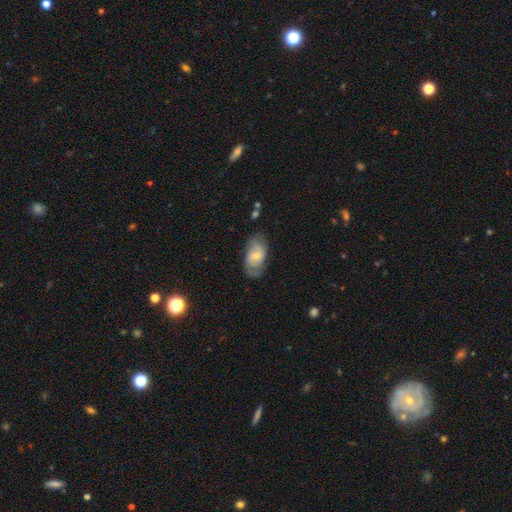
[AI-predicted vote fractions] Q: Smooth or featured?
A: featured or disk (59%); runner-up: smooth (34%)
Q: Edge-on disk?
A: no (95%); runner-up: yes (5%)
Q: Bar?
A: weak (49%); runner-up: no (39%)
Q: Spiral arms?
A: yes (83%); runner-up: no (17%)
Q: Bulge size?
A: small (53%); runner-up: moderate (39%)
Q: Merging?
A: none (65%); runner-up: minor disturbance (24%)